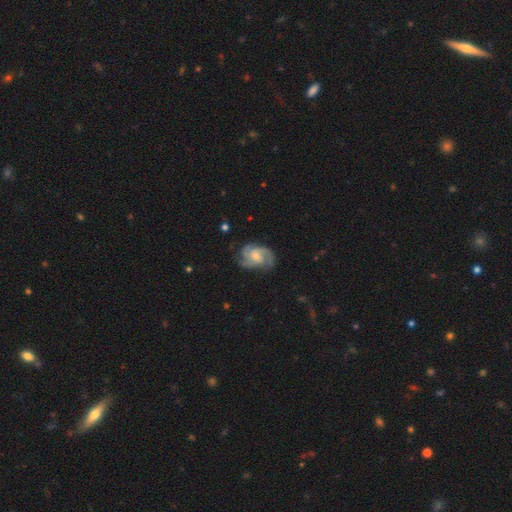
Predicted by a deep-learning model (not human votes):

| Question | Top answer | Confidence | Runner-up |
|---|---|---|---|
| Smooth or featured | featured or disk | 86% | smooth (9%) |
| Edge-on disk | no | 98% | yes (2%) |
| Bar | no | 59% | weak (35%) |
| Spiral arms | yes | 97% | no (3%) |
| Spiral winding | medium | 48% | tight (41%) |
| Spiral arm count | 3 | 51% | 2 (16%) |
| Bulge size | moderate | 52% | small (39%) |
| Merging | none | 73% | minor disturbance (19%) |